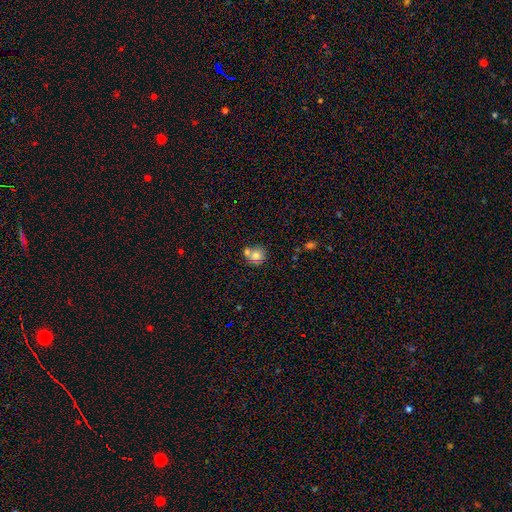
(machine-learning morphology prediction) The model was most divided on "merging": none: 46%, merger: 41%, minor disturbance: 10%, major disturbance: 3%. More confident: how rounded — round (85%); smooth or featured — smooth (76%).